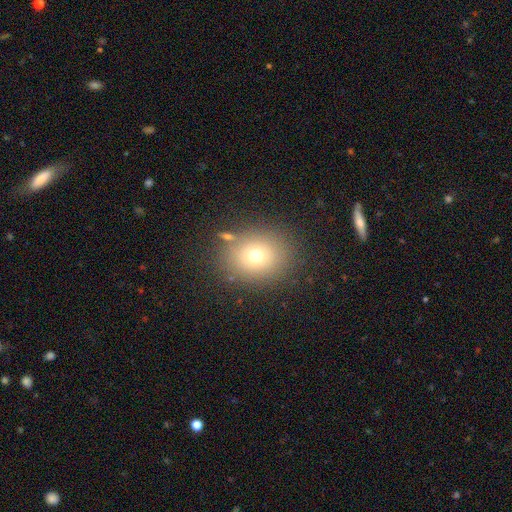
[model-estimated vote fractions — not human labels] Morphology: type=smooth (70%); roundness=round (66%); merging=none (81%).